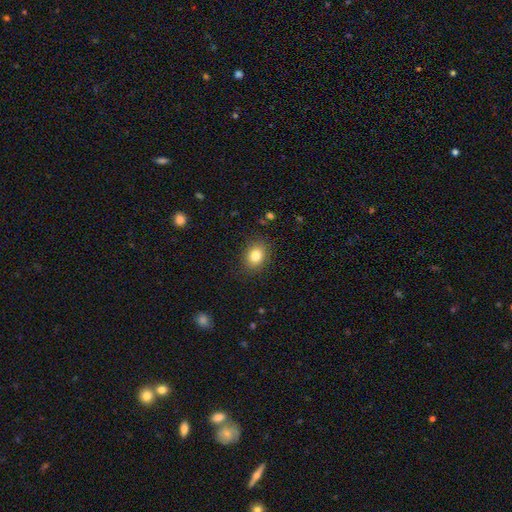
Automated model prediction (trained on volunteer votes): Morphology: type=smooth (83%); roundness=in between (52%); merging=none (87%).